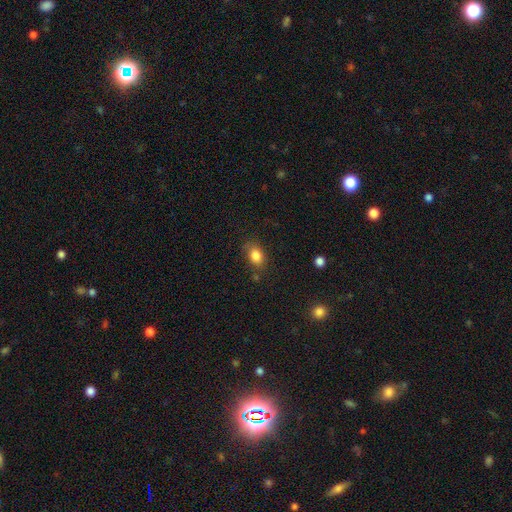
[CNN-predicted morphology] Smooth or featured?
  - smooth: 83% *
  - star or artifact: 9%
  - featured or disk: 8%
How rounded?
  - in between: 73% *
  - round: 25%
  - cigar-shaped: 1%
Merging?
  - none: 70% *
  - minor disturbance: 21%
  - major disturbance: 6%
  - merger: 3%